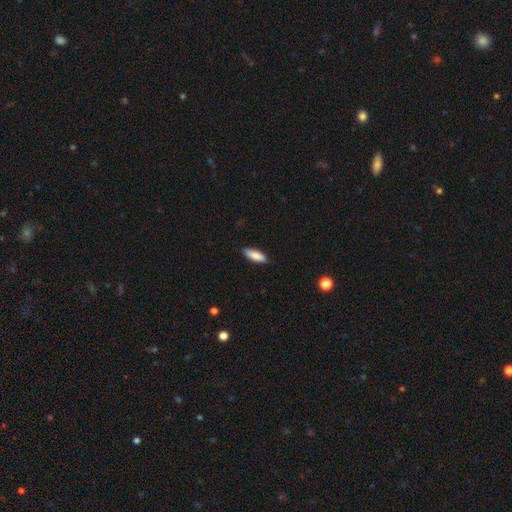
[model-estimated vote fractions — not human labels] smooth_or_featured: smooth (p=0.86) [alt: featured or disk p=0.08]
how_rounded: in between (p=0.61) [alt: cigar-shaped p=0.37]
merging: none (p=0.86) [alt: minor disturbance p=0.11]